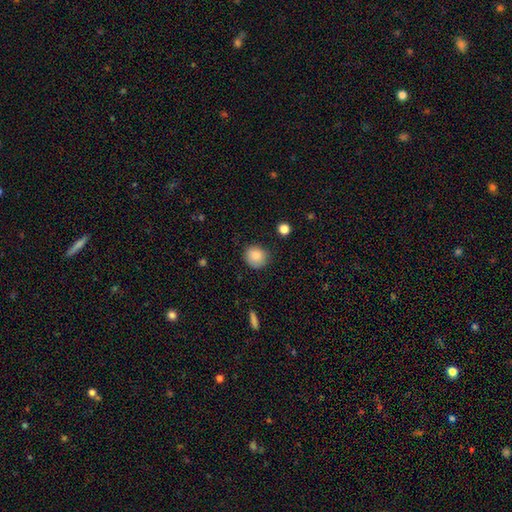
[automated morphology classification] This is clearly a smooth galaxy (86%). How rounded: clearly round (82%). Merging: clearly none (82%).